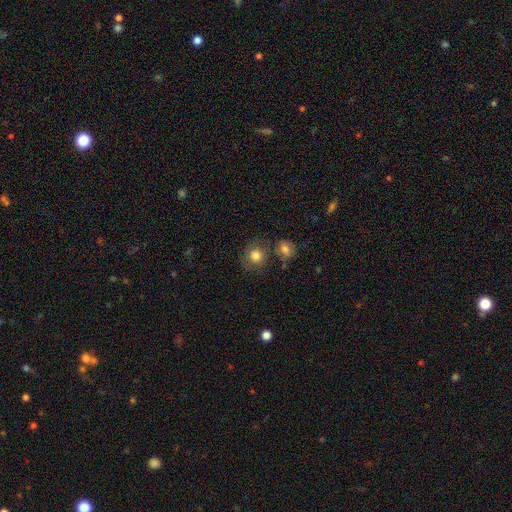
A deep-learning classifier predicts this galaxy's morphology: This is clearly a smooth galaxy (81%). How rounded: clearly round (81%). Merging: likely none (68%).